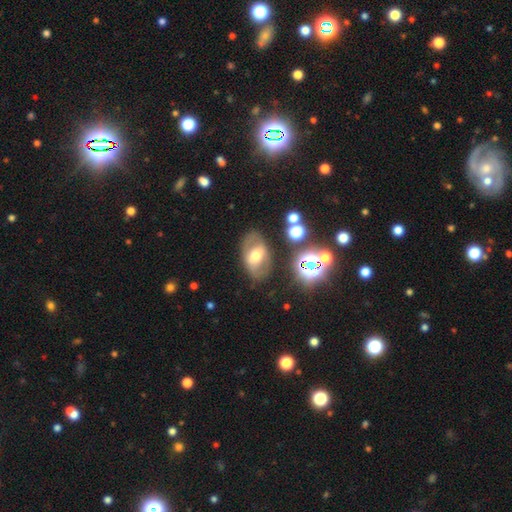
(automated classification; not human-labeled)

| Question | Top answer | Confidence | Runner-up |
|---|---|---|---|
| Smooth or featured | featured or disk | 50% | smooth (40%) |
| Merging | none | 75% | minor disturbance (15%) |